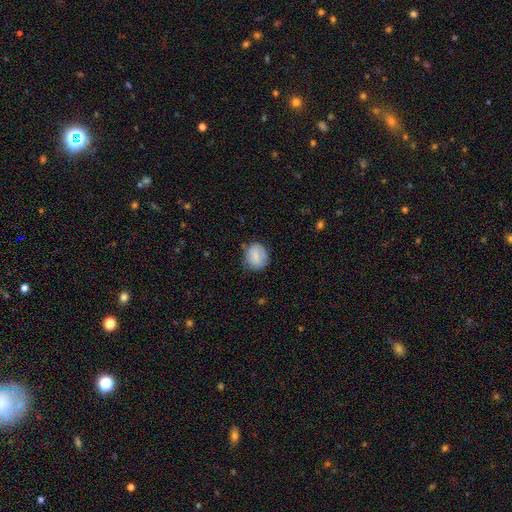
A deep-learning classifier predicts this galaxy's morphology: The model was most divided on "how rounded": round: 69%, in between: 30%, cigar-shaped: 1%. More confident: smooth or featured — smooth (78%); merging — none (74%).